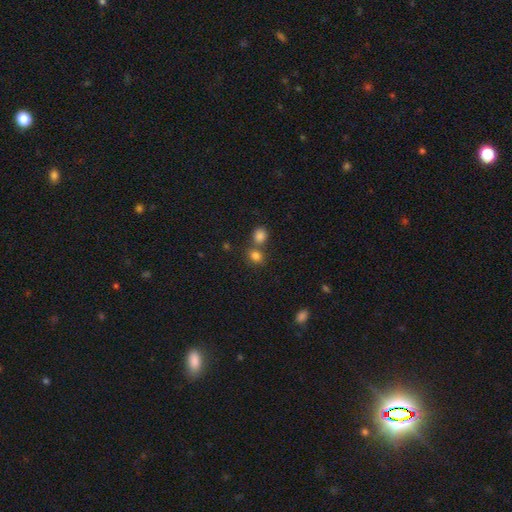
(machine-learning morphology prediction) Smooth or featured: smooth — 81% (star or artifact — 13%)
How rounded: round — 63% (in between — 36%)
Merging: none — 55% (merger — 32%)